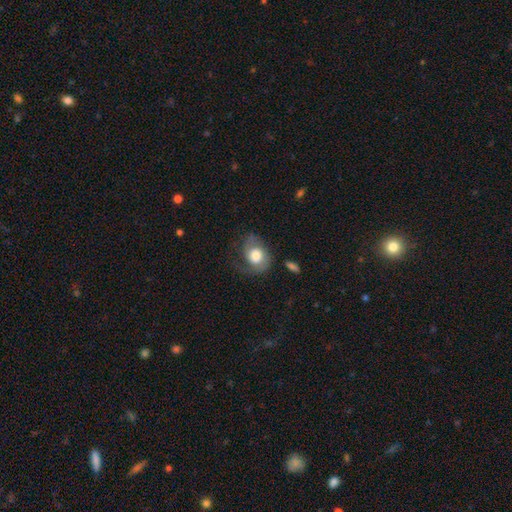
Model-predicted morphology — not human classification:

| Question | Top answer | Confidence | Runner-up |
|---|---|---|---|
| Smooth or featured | smooth | 47% | featured or disk (46%) |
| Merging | none | 43% | major disturbance (27%) |